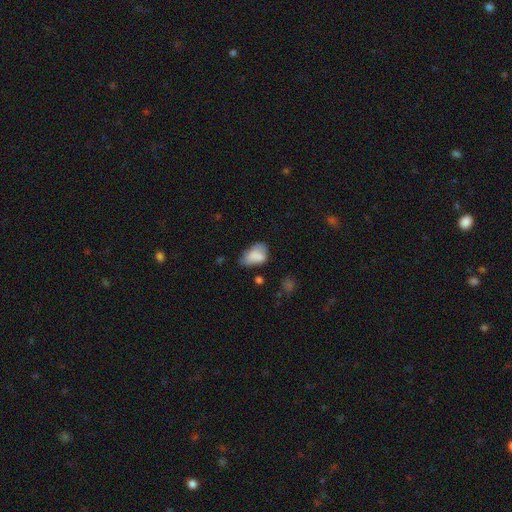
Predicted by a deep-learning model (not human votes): Smooth or featured? Predicted: smooth (p=0.74). How rounded? Predicted: in between (p=0.87). Merging? Predicted: minor disturbance (p=0.37).